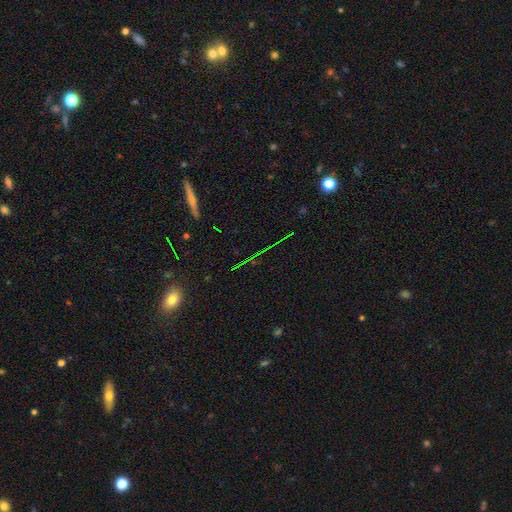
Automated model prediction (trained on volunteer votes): The model was most divided on "smooth or featured": star or artifact: 64%, featured or disk: 18%, smooth: 17%.